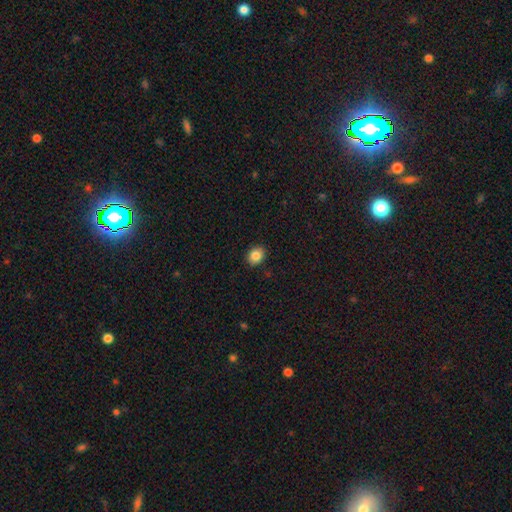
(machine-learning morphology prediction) A smooth galaxy with no disk features (85%) that is round (58%).

Vote fractions:
- Smooth or featured? smooth: 85% / star or artifact: 10% / featured or disk: 6%
- How rounded? round: 58% / in between: 41% / cigar-shaped: 1%
- Merging? none: 90% / minor disturbance: 7% / major disturbance: 2% / merger: 1%